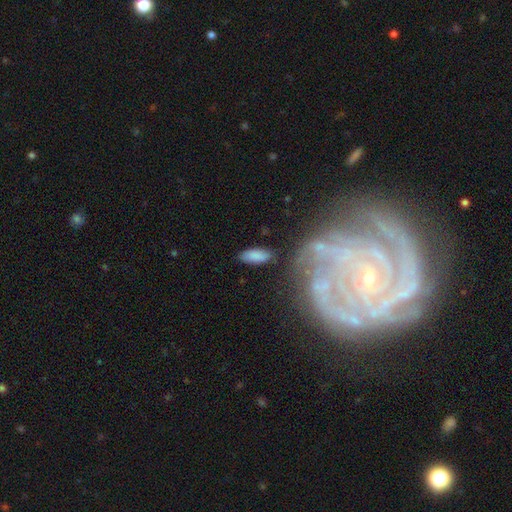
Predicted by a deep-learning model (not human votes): This is clearly a smooth galaxy (83%). How rounded: likely in between (79%). Merging: likely none (79%).